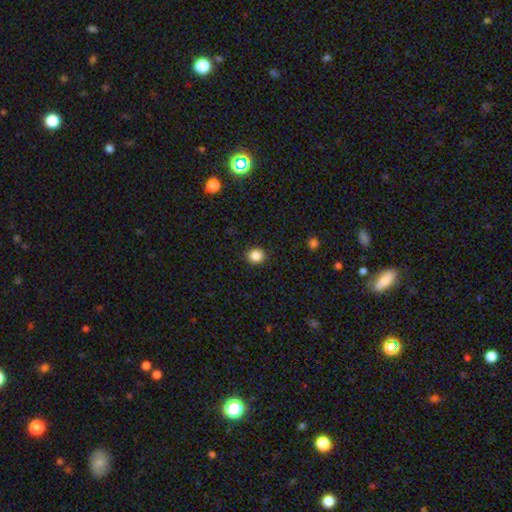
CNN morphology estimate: smooth-or-featured: smooth: 86% | star or artifact: 10% | featured or disk: 3%
  how-rounded: round: 87% | in between: 12% | cigar-shaped: 1%
  merging: none: 92% | minor disturbance: 5% | major disturbance: 2% | merger: 1%